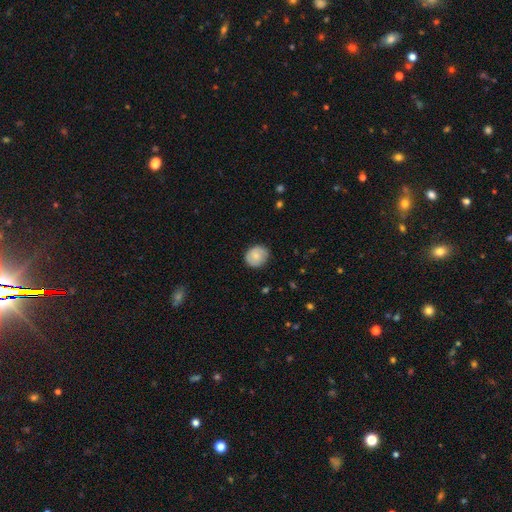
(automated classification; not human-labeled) This appears to be a smooth galaxy with no disk features (74%) that is round (77%). Merging: none (82%).